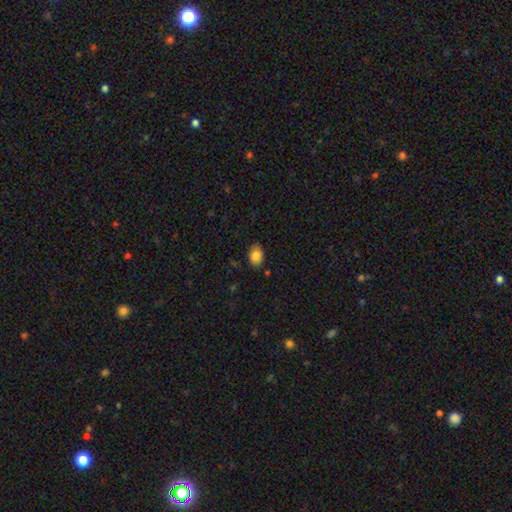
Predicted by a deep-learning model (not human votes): Smooth or featured? smooth (84%)
How rounded? in between (84%)
Merging? none (85%)